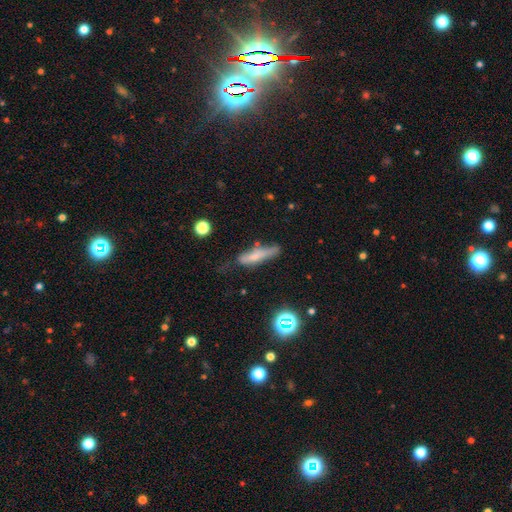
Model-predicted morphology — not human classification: smooth 59%, featured or disk 31%, star or artifact 11%. Down the decision tree: how rounded — cigar-shaped (74%); merging — none (51%).